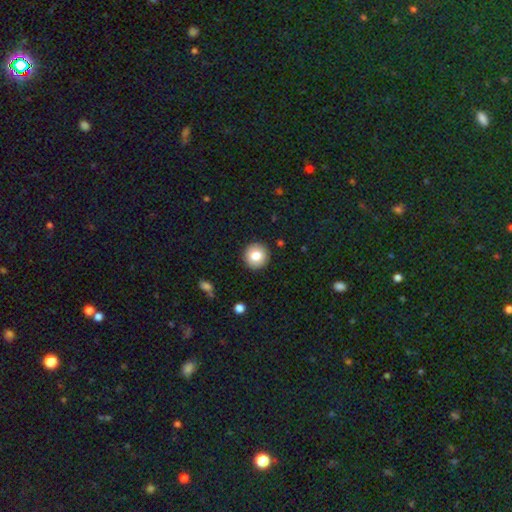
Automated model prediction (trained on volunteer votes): This appears to be a smooth galaxy with no disk features (81%) that is round (94%). Merging: none (92%).